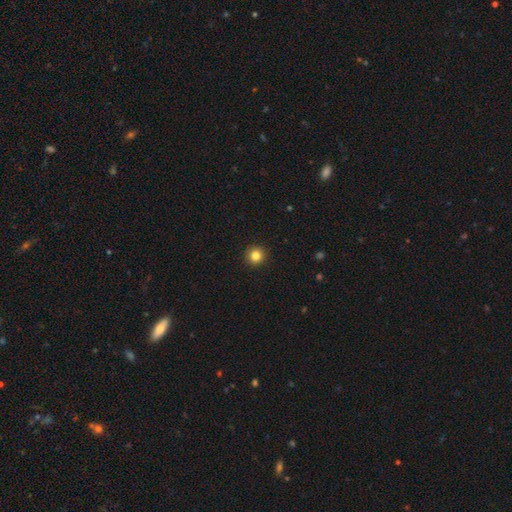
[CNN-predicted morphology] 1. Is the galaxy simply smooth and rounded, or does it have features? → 83% smooth, 11% star or artifact, 6% featured or disk.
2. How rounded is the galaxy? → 95% round, 4% in between, 1% cigar-shaped.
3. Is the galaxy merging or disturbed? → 94% none, 4% minor disturbance, 1% major disturbance, 1% merger.